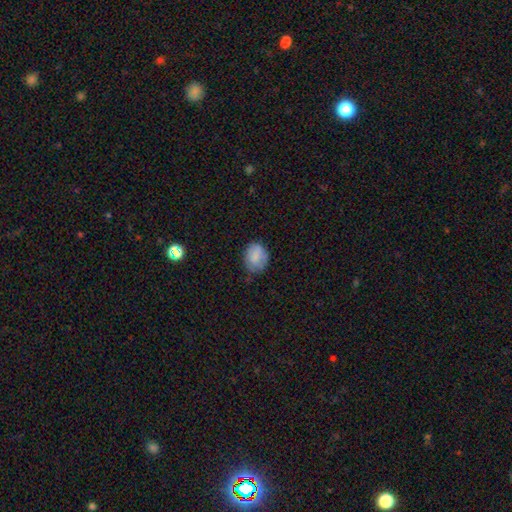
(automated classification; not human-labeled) A smooth galaxy with no disk features (75%) that is in between round and cigar-shaped (55%).

Vote fractions:
- Smooth or featured? smooth: 75% / featured or disk: 17% / star or artifact: 8%
- How rounded? in between: 55% / round: 44% / cigar-shaped: 1%
- Merging? none: 65% / minor disturbance: 26% / major disturbance: 7% / merger: 2%